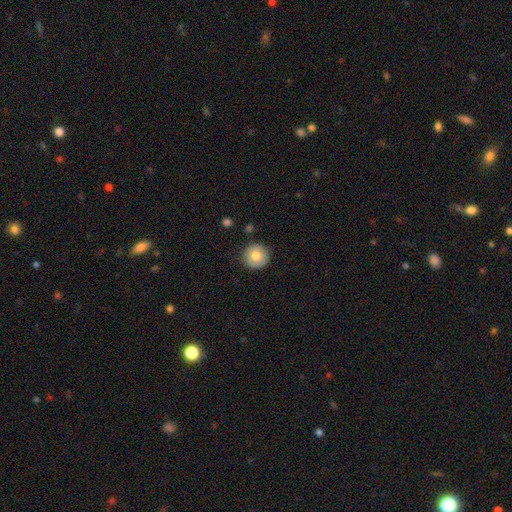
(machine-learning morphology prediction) The model was most divided on "smooth or featured": smooth: 76%, featured or disk: 17%, star or artifact: 8%. More confident: how rounded — round (95%); merging — none (88%).